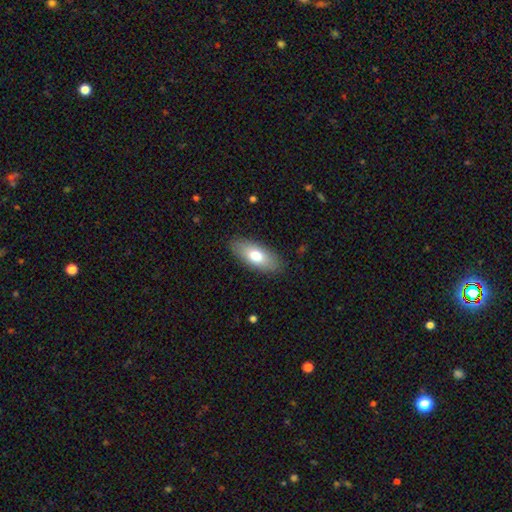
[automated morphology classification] type=smooth (73%); roundness=in between (83%); merging=none (86%).